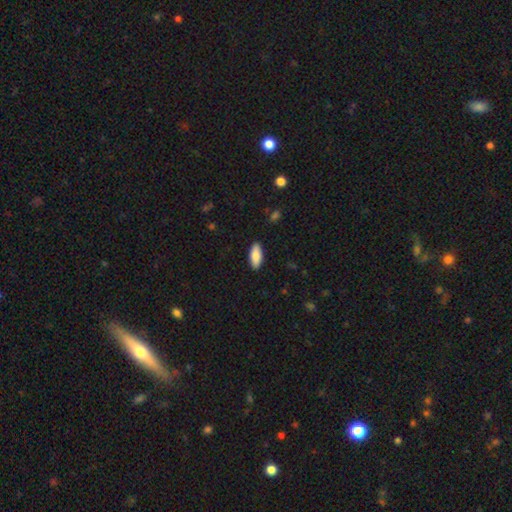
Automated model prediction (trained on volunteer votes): Overall: smooth (83%). How rounded: in between (82%). Merging: none (89%).